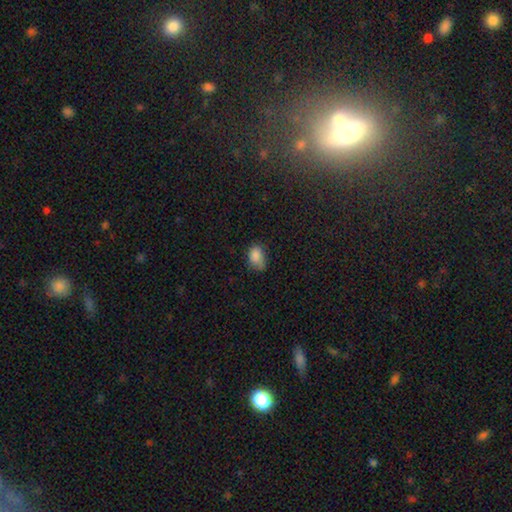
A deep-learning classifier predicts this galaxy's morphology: This is clearly a smooth galaxy (84%). How rounded: likely in between (79%). Merging: possibly none (52%).